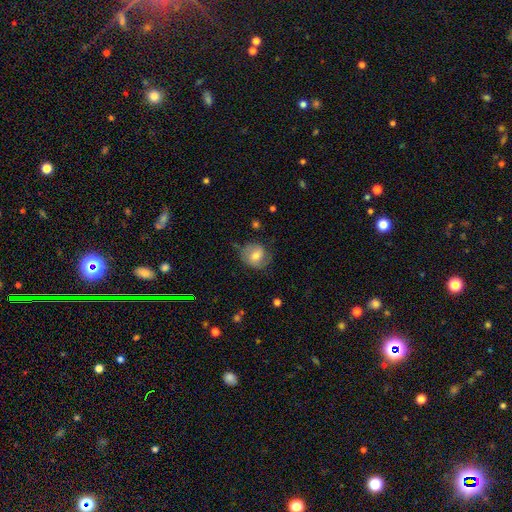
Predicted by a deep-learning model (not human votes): This appears to be a smooth galaxy with no disk features (49%). Merging: none (63%).